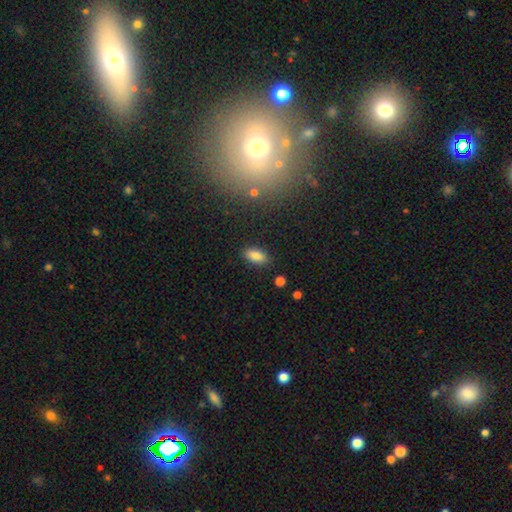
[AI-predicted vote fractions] This appears to be a smooth galaxy with no disk features (86%) that is in between round and cigar-shaped (89%). Merging: none (86%).